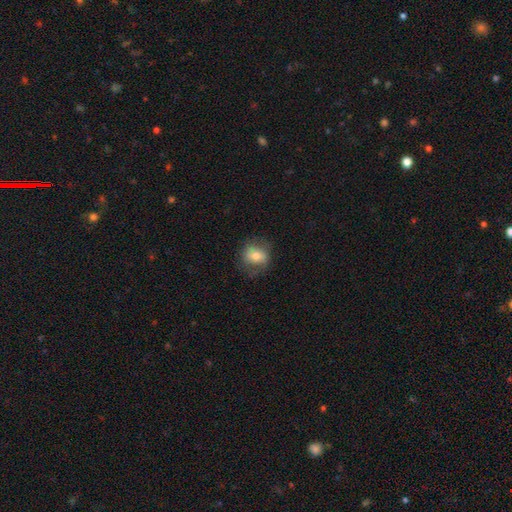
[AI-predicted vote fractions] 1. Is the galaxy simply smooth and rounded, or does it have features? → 66% smooth, 25% featured or disk, 9% star or artifact.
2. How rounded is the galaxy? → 62% round, 37% in between, 1% cigar-shaped.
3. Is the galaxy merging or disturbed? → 72% none, 18% minor disturbance, 9% major disturbance, 1% merger.